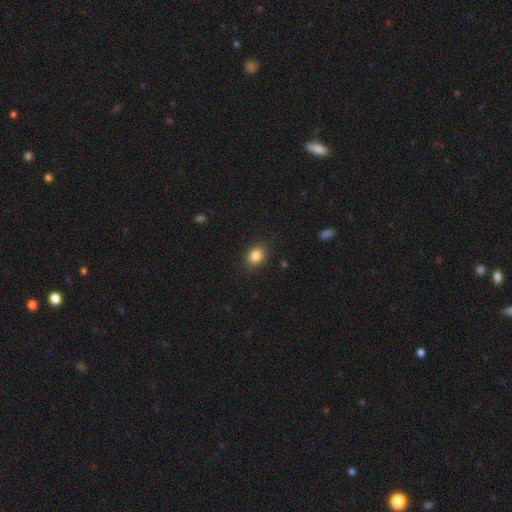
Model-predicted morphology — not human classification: Overall: smooth (85%). How rounded: in between (61%; round 38%). Merging: none (87%).